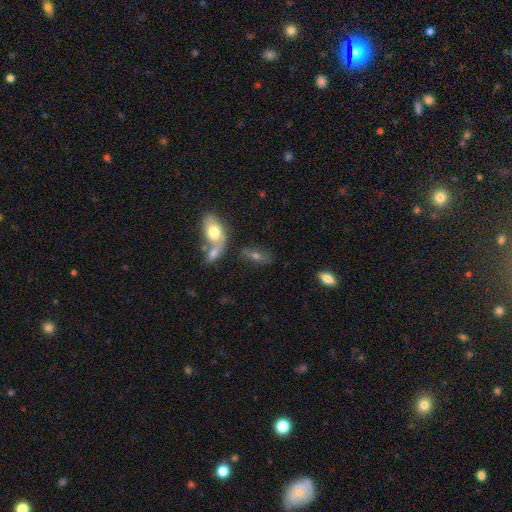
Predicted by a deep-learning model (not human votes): smooth-or-featured: smooth: 52% | featured or disk: 34% | star or artifact: 14%
  how-rounded: in between: 77% | cigar-shaped: 13% | round: 10%
  merging: none: 46% | merger: 29% | minor disturbance: 16% | major disturbance: 9%